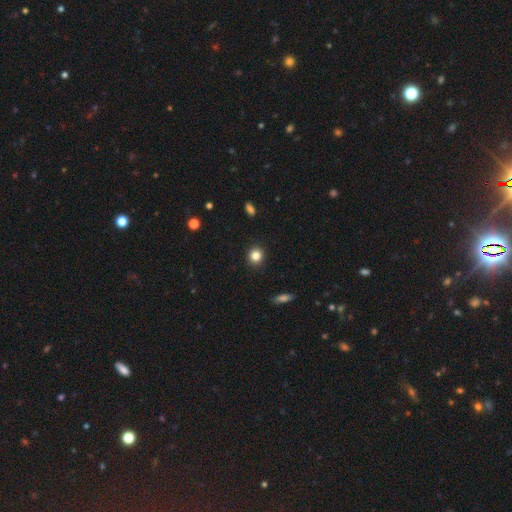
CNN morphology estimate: Smooth or featured: smooth — 84% (star or artifact — 11%)
How rounded: round — 88% (in between — 10%)
Merging: none — 92% (minor disturbance — 6%)